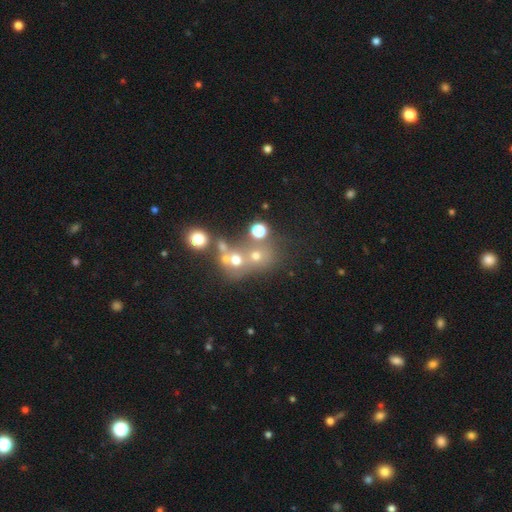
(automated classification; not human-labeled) Smooth or featured? Predicted: smooth (p=0.56). How rounded? Predicted: round (p=0.74). Merging? Predicted: merger (p=0.46).